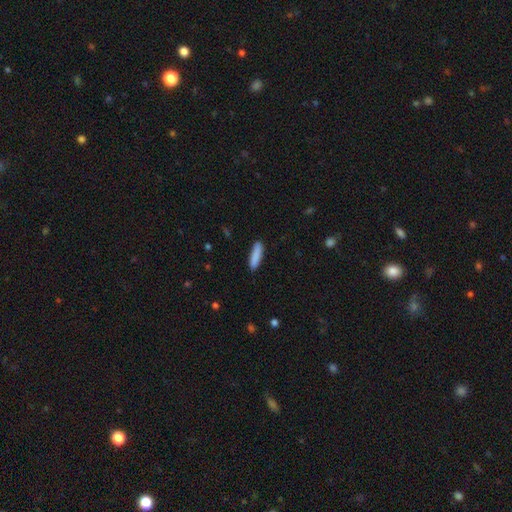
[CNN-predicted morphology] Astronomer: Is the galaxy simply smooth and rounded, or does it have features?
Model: smooth — 88%.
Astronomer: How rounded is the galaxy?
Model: cigar-shaped — 75%.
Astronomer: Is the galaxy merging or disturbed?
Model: none — 89%.